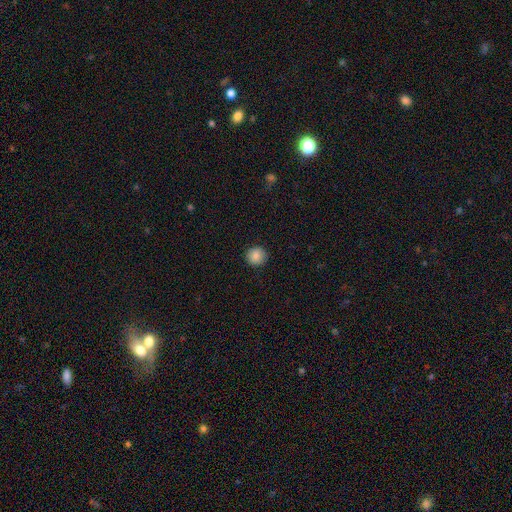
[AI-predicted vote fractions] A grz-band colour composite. It shows a smooth galaxy with no disk features (86%) that is round (93%). Merging: none (92%).